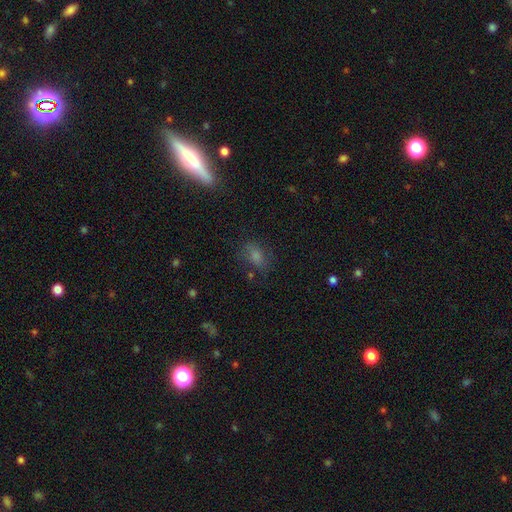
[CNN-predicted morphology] Overall: smooth (68%). How rounded: in between (76%). Merging: none (65%).